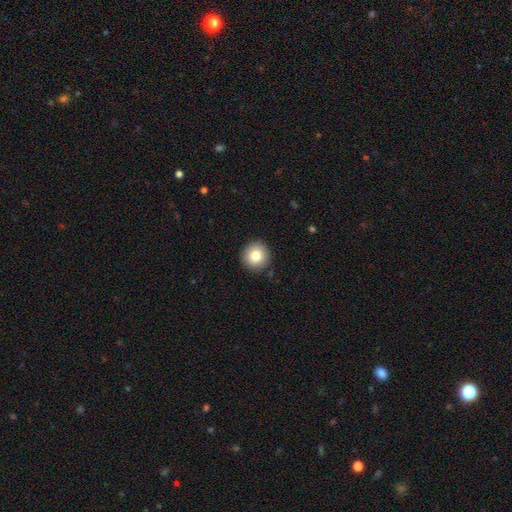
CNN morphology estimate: smooth 81%, star or artifact 10%, featured or disk 9%. Down the decision tree: how rounded — round (95%); merging — none (91%).